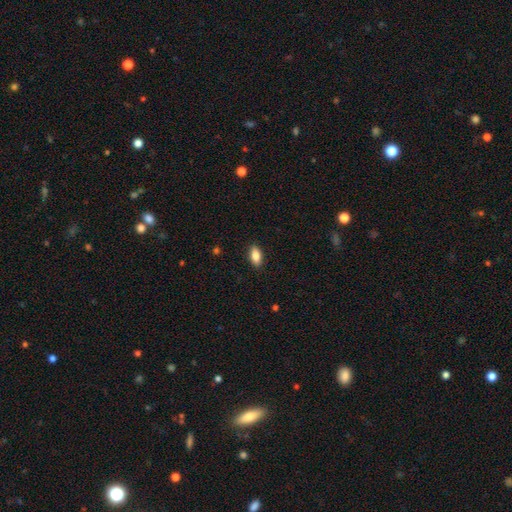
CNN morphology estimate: Smooth or featured?
  - smooth: 83% *
  - featured or disk: 9%
  - star or artifact: 7%
How rounded?
  - in between: 88% *
  - cigar-shaped: 8%
  - round: 4%
Merging?
  - none: 89% *
  - minor disturbance: 8%
  - major disturbance: 2%
  - merger: 1%